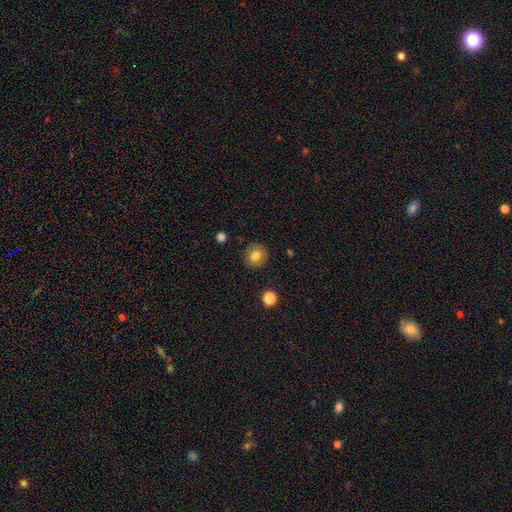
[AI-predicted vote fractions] Morphology: type=smooth (80%); roundness=round (89%); merging=none (90%).